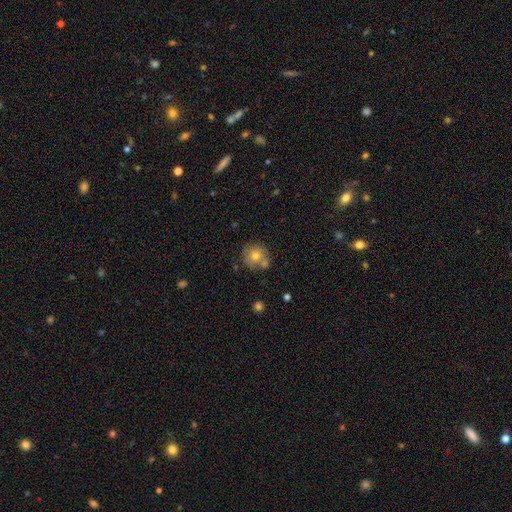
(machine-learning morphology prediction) Smooth or featured? Predicted: smooth (p=0.66). How rounded? Predicted: round (p=0.90). Merging? Predicted: none (p=0.64).